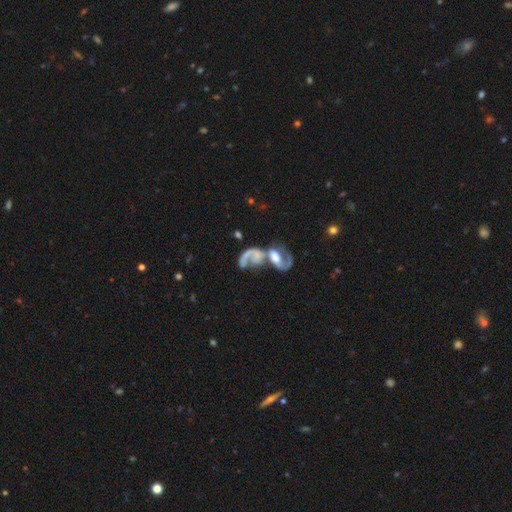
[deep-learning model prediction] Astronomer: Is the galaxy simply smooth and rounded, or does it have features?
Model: featured or disk — 70%.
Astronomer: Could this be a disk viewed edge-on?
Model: no — 96%.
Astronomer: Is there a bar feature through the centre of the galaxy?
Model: no — 60%.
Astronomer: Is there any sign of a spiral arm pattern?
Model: yes — 79%.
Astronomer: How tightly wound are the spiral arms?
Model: loose — 59%.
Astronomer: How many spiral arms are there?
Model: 1 — 49% (runner-up: 2, 40%).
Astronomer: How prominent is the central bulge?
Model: moderate — 32% (runner-up: none, 26%).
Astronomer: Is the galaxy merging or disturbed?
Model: merger — 71%.